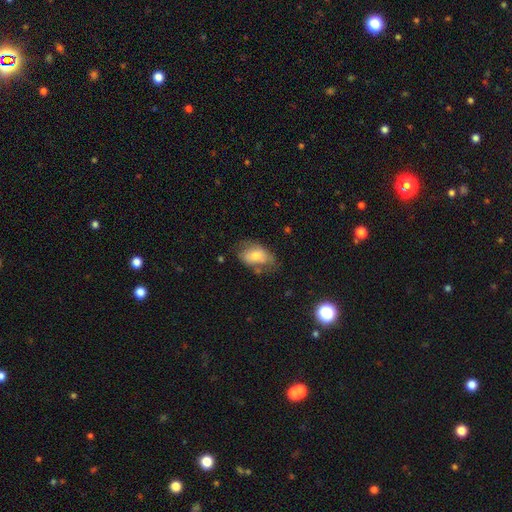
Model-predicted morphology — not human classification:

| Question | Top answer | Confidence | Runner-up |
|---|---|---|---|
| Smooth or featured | smooth | 63% | featured or disk (29%) |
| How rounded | in between | 88% | round (10%) |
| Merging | none | 46% | minor disturbance (32%) |